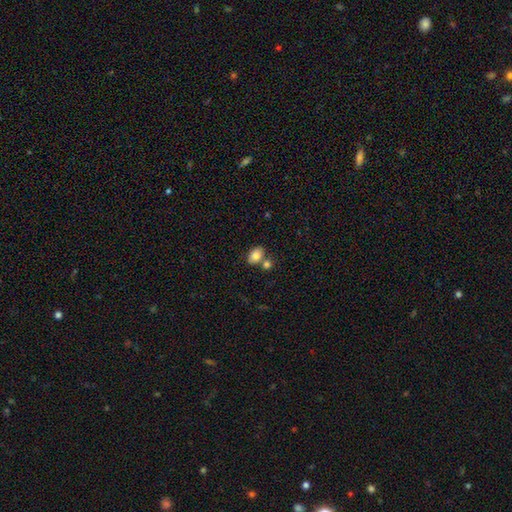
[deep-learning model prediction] Smooth or featured: smooth — 83% (featured or disk — 9%)
How rounded: in between — 85% (round — 13%)
Merging: none — 61% (merger — 24%)